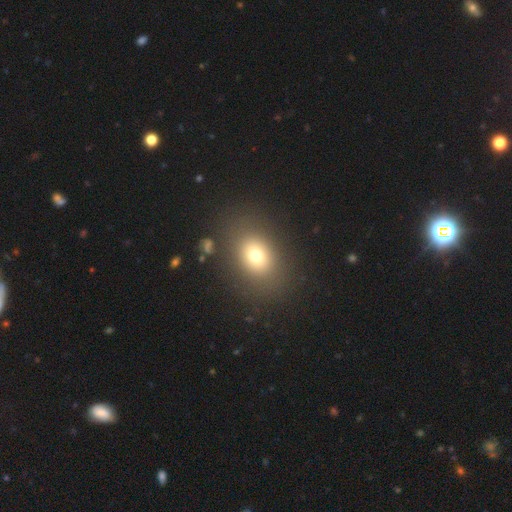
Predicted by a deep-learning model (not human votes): Smooth or featured: smooth — 73% (star or artifact — 14%)
How rounded: in between — 66% (round — 33%)
Merging: none — 82% (minor disturbance — 10%)